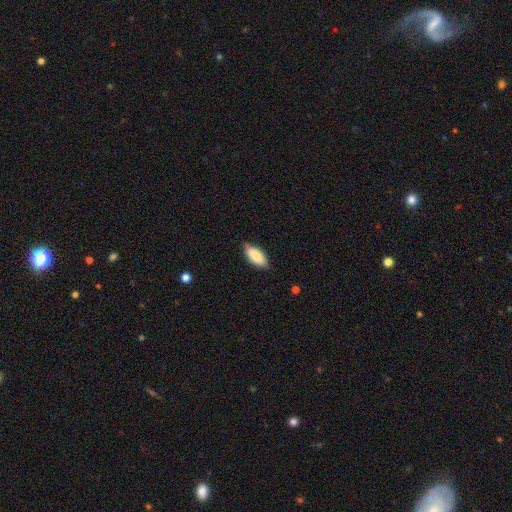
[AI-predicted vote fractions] smooth-or-featured: smooth: 85% | featured or disk: 9% | star or artifact: 6%
  how-rounded: in between: 86% | cigar-shaped: 12% | round: 2%
  merging: none: 81% | minor disturbance: 16% | major disturbance: 2% | merger: 1%